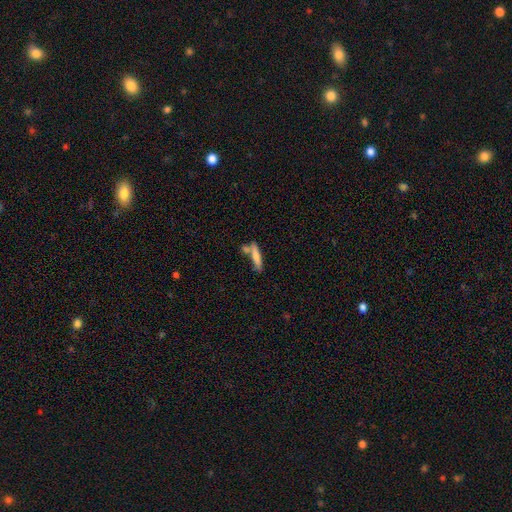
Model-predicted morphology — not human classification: Smooth or featured? smooth (67%)
How rounded? cigar-shaped (86%)
Merging? none (57%)